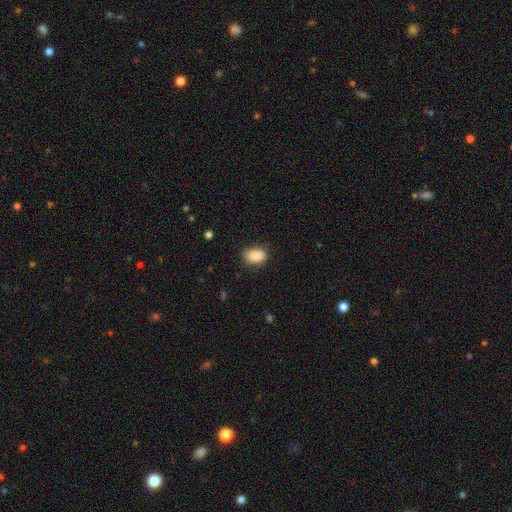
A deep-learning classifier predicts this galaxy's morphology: A smooth galaxy with no disk features (86%) that is in between round and cigar-shaped (81%). Merging: none (77%).